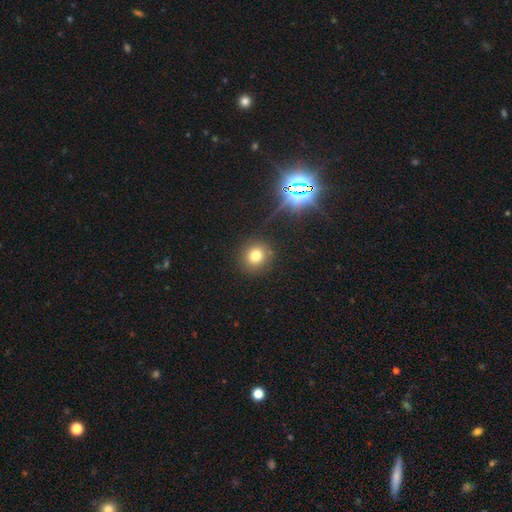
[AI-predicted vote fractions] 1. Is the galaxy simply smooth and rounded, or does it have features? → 73% smooth, 19% star or artifact, 9% featured or disk.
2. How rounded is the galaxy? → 88% round, 11% in between, 1% cigar-shaped.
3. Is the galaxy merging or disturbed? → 87% none, 8% minor disturbance, 3% major disturbance, 2% merger.